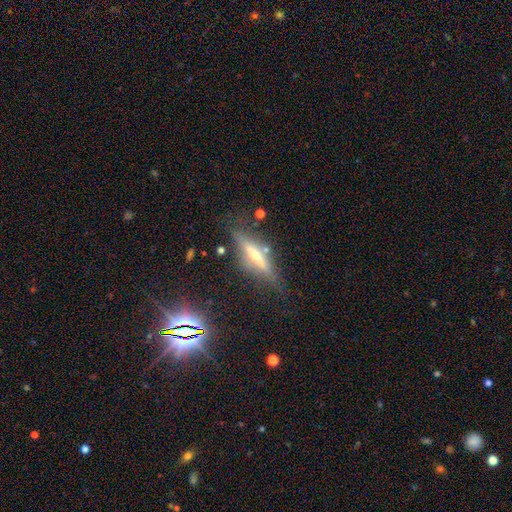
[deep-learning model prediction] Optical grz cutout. It shows a featured or disk galaxy (65%) viewed edge-on (93%) with a rounded central bulge (63%). Merging: none (77%).